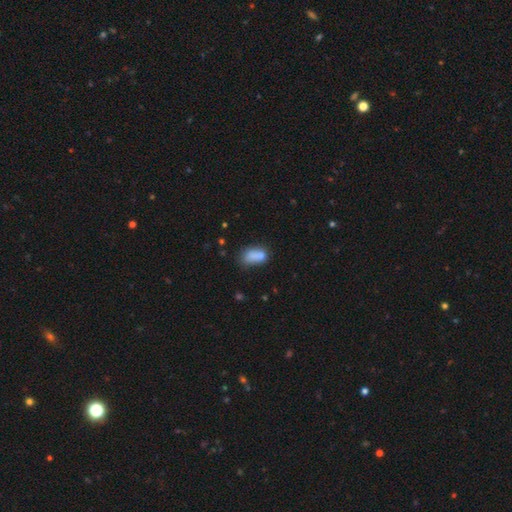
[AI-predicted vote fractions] smooth-or-featured: smooth: 80% | featured or disk: 10% | star or artifact: 10%
  how-rounded: in between: 88% | round: 8% | cigar-shaped: 4%
  merging: none: 45% | minor disturbance: 28% | merger: 16% | major disturbance: 11%